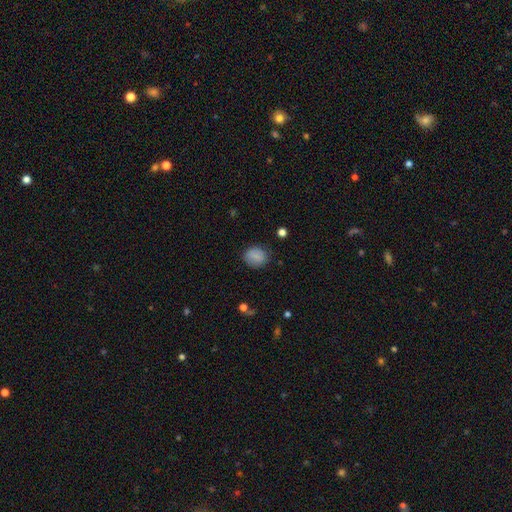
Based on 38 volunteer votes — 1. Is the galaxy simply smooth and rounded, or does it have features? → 87% smooth, 8% featured or disk, 5% star or artifact.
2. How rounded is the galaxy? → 79% round, 21% in between, 0% cigar-shaped.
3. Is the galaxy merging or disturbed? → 81% none, 17% minor disturbance, 3% major disturbance, 0% merger.